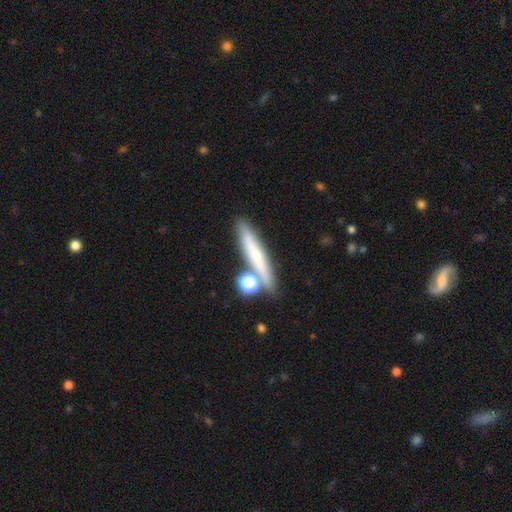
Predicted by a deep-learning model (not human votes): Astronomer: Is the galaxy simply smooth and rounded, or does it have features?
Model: smooth — 46% (runner-up: featured or disk, 43%).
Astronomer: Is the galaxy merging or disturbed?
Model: none — 70%.